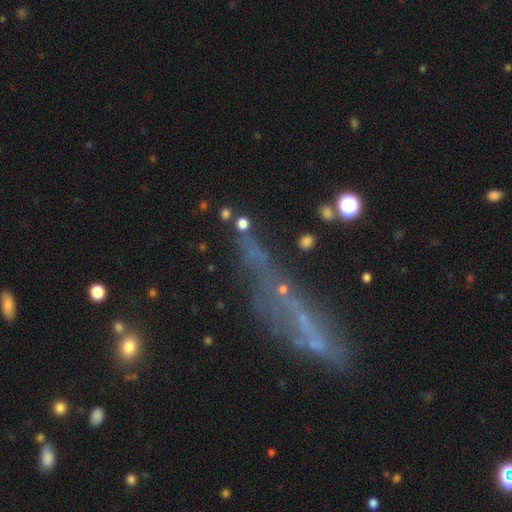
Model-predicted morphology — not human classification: Smooth or featured: featured or disk — 39% (star or artifact — 31%)
Merging: none — 48% (major disturbance — 20%)